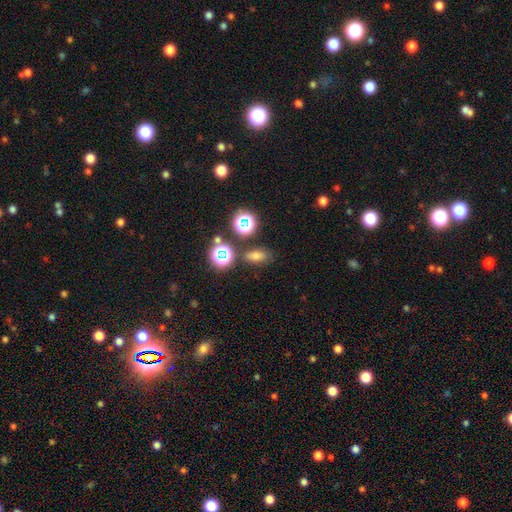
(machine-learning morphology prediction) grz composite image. It shows a smooth galaxy with no disk features (65%) that is in between round and cigar-shaped (74%). Merging: none (76%).